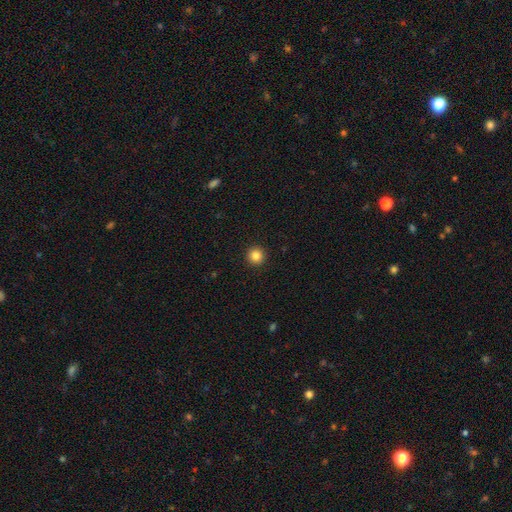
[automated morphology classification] Smooth or featured? smooth (84%)
How rounded? round (96%)
Merging? none (93%)